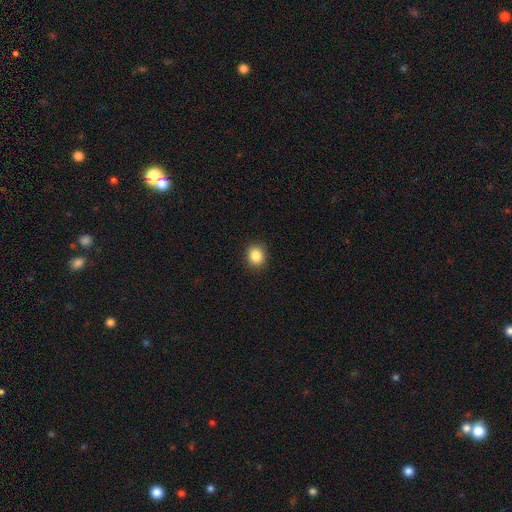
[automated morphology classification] This is clearly a smooth galaxy (86%). How rounded: likely round (71%). Merging: clearly none (90%).